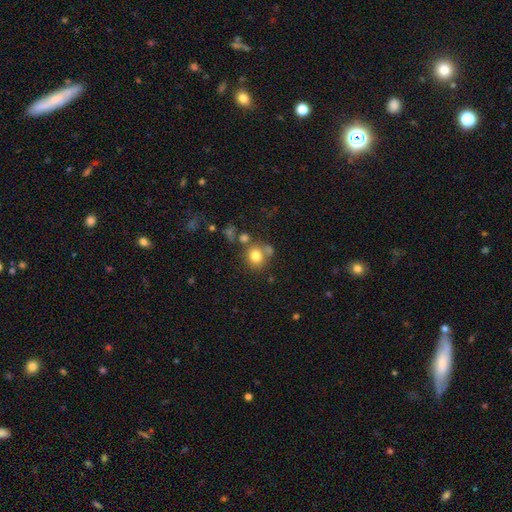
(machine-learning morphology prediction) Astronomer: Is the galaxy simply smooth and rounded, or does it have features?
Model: smooth — 78%.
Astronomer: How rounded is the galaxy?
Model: round — 78%.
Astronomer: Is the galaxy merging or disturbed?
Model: none — 63%.